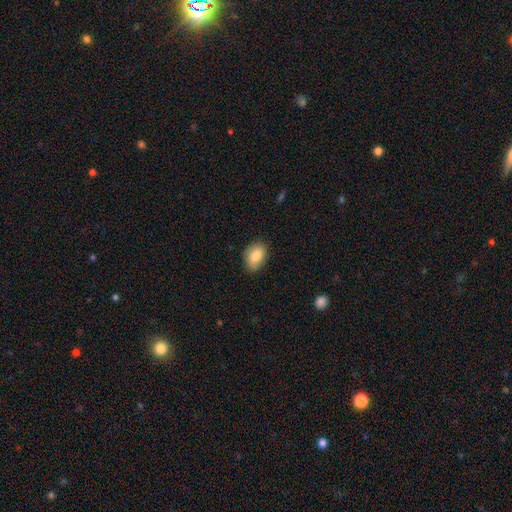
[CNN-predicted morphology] The model was most divided on "merging": none: 81%, minor disturbance: 15%, major disturbance: 3%, merger: 1%. More confident: smooth or featured — smooth (85%); how rounded — in between (84%).